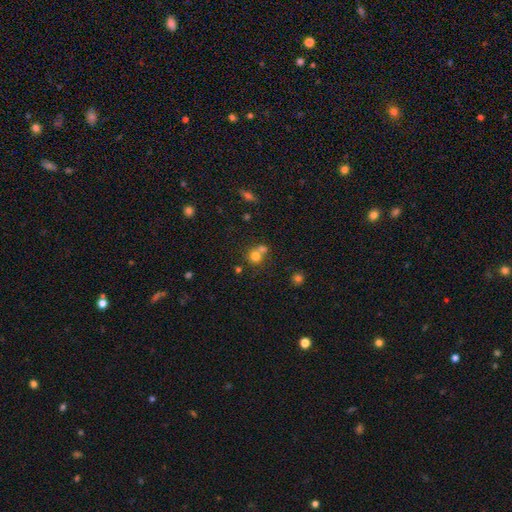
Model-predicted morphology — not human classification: Q: Smooth or featured?
A: smooth (74%); runner-up: star or artifact (14%)
Q: How rounded?
A: round (85%); runner-up: in between (14%)
Q: Merging?
A: none (45%); runner-up: merger (44%)